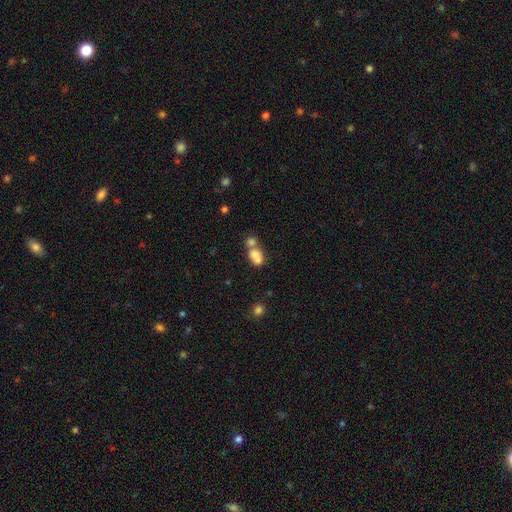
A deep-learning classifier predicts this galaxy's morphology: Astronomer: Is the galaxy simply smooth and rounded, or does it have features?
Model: smooth — 73%.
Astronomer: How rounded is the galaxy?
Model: in between — 65%.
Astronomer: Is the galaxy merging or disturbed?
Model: merger — 63%.